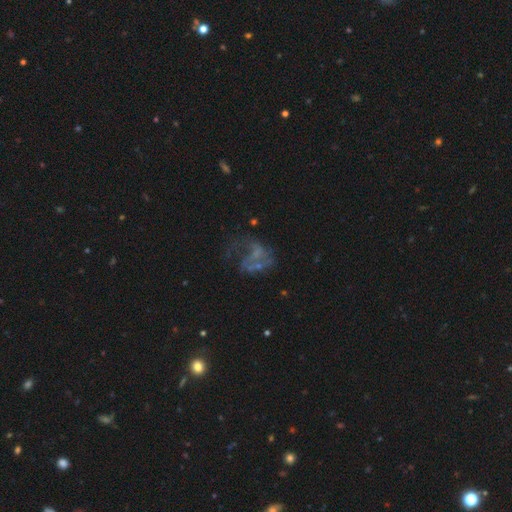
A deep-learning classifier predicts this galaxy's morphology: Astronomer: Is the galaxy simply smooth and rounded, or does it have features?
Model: featured or disk — 61%.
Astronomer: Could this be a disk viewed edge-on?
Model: no — 98%.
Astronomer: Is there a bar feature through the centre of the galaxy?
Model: no — 77%.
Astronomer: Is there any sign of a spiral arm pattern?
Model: no — 58% (runner-up: yes, 42%).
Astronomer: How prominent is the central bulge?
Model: none — 65%.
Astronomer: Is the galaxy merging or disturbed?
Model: major disturbance — 45% (runner-up: none, 31%).